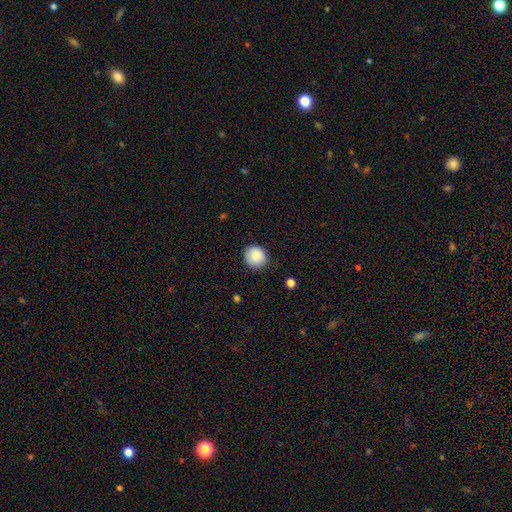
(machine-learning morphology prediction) Smooth or featured?
  - smooth: 87% *
  - star or artifact: 8%
  - featured or disk: 5%
How rounded?
  - round: 88% *
  - in between: 11%
  - cigar-shaped: 1%
Merging?
  - none: 85% *
  - minor disturbance: 11%
  - major disturbance: 2%
  - merger: 1%